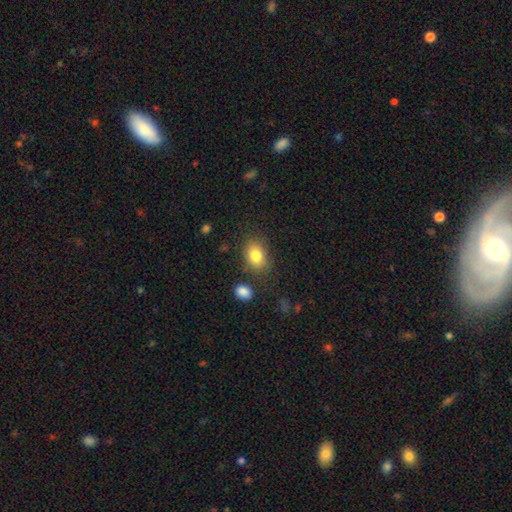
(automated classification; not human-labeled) Morphology: type=smooth (83%); roundness=in between (74%); merging=none (78%).